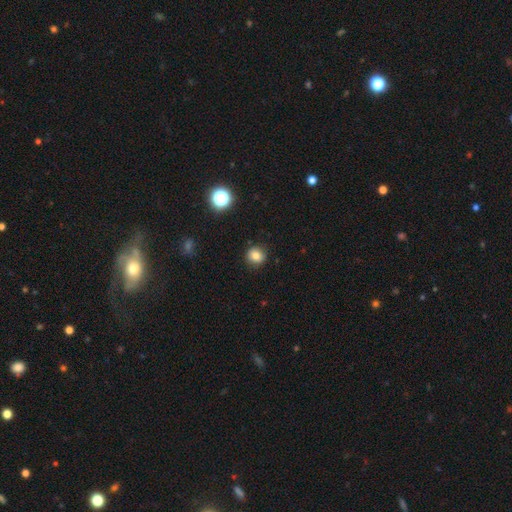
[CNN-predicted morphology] type=smooth (79%); roundness=round (84%); merging=none (87%).